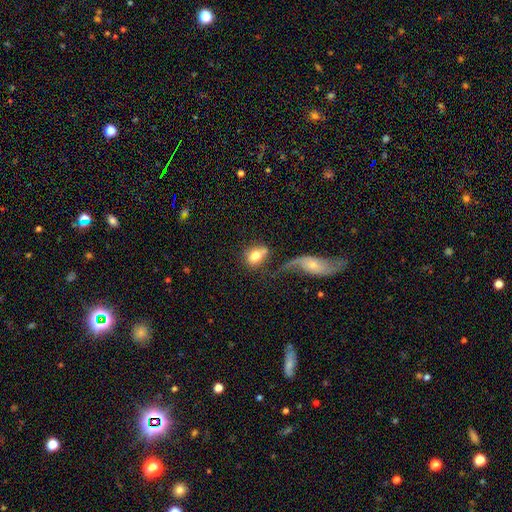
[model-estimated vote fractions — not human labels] Q: Smooth or featured?
A: smooth (71%); runner-up: featured or disk (22%)
Q: How rounded?
A: in between (67%); runner-up: round (30%)
Q: Merging?
A: none (38%); runner-up: merger (31%)